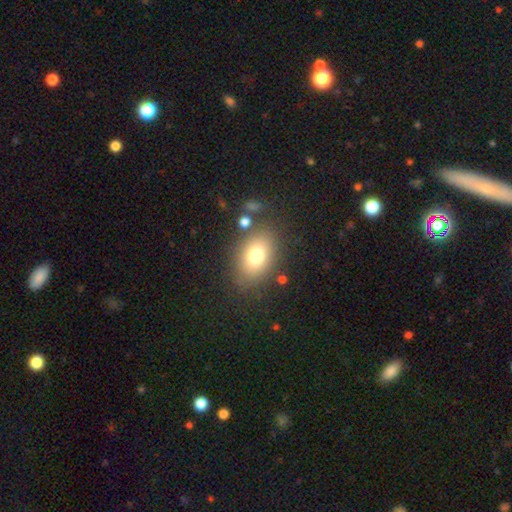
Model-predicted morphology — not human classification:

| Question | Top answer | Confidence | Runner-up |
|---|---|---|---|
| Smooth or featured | smooth | 75% | featured or disk (14%) |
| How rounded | in between | 77% | round (21%) |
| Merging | none | 79% | minor disturbance (12%) |